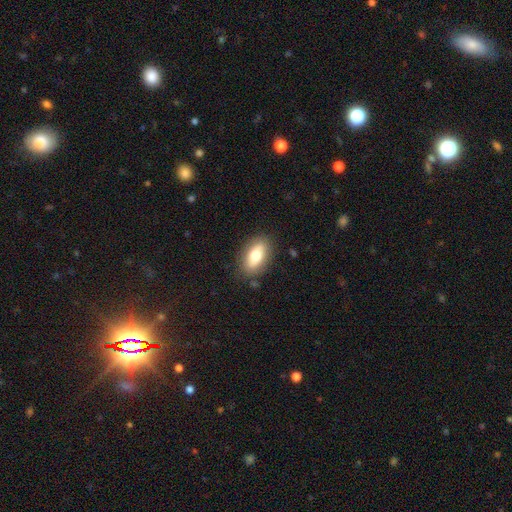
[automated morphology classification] Overall: smooth (72%). How rounded: in between (89%). Merging: none (84%).